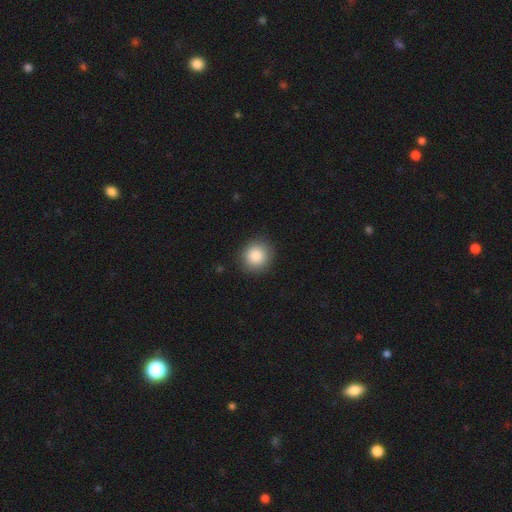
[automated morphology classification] The model was most divided on "smooth or featured": smooth: 87%, star or artifact: 9%, featured or disk: 4%. More confident: how rounded — round (91%); merging — none (90%).